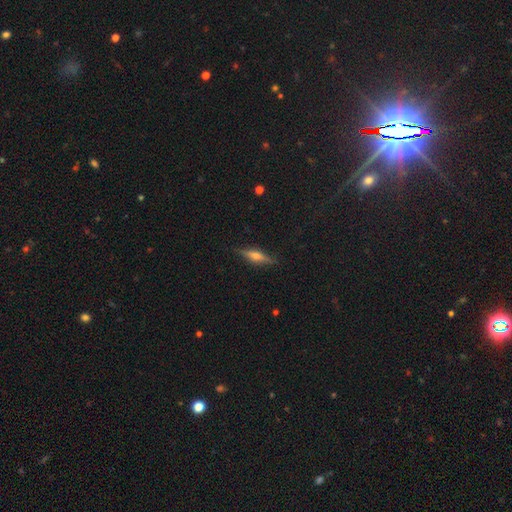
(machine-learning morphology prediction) Overall: featured or disk (67%). Edge-on disk: yes (96%). Edge-on bulge: rounded (85%). Merging: none (87%).